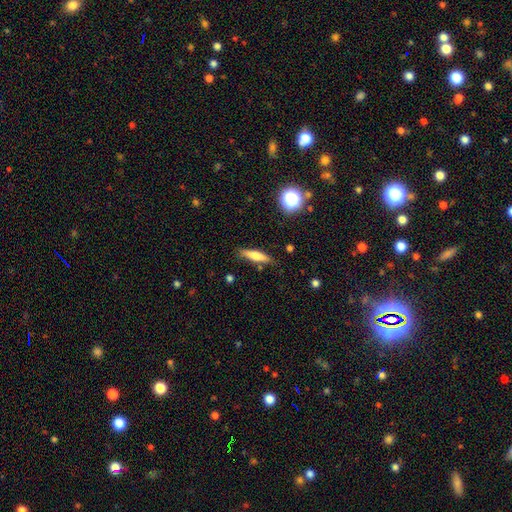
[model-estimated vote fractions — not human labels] A smooth galaxy with no disk features (62%) that is cigar-shaped (77%). Merging: none (83%).